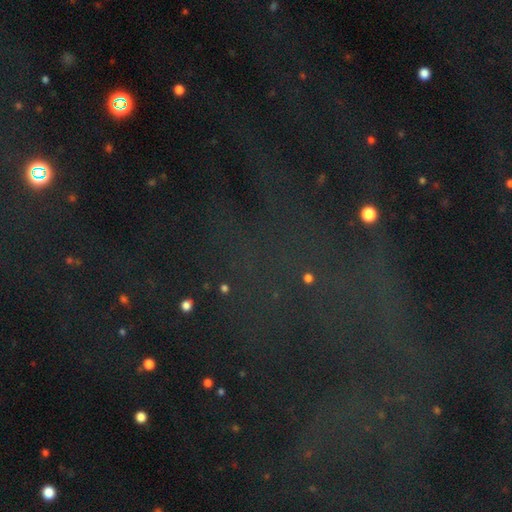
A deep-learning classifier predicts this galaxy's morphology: A star or artifact, not a galaxy (79%).

Vote fractions:
- Smooth or featured? star or artifact: 79% / smooth: 11% / featured or disk: 10%